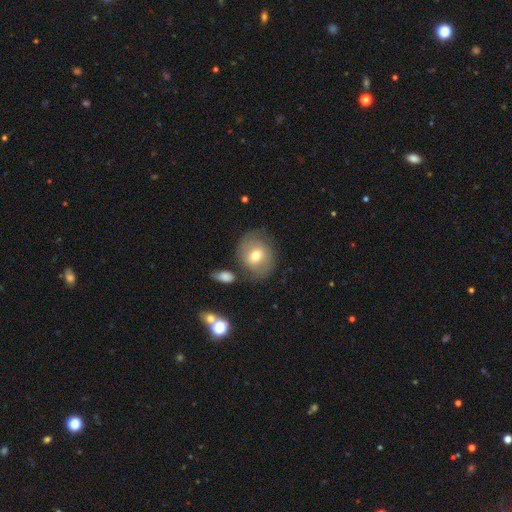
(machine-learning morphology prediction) Smooth or featured?
  - smooth: 60% *
  - featured or disk: 32%
  - star or artifact: 8%
How rounded?
  - round: 63% *
  - in between: 36%
  - cigar-shaped: 1%
Merging?
  - none: 68% *
  - minor disturbance: 17%
  - merger: 8%
  - major disturbance: 7%